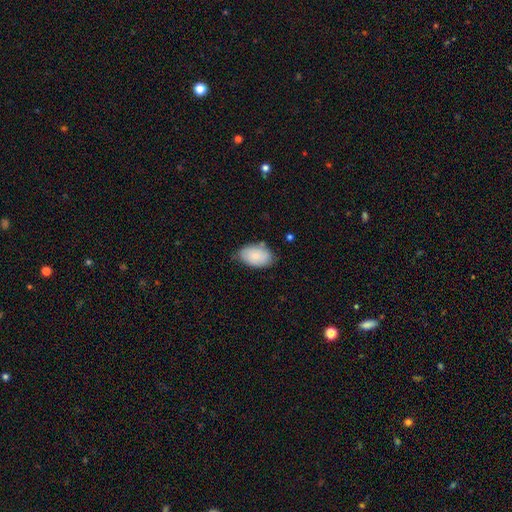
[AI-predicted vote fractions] A smooth galaxy with no disk features (82%) that is in between round and cigar-shaped (93%).

Vote fractions:
- Smooth or featured? smooth: 82% / featured or disk: 12% / star or artifact: 6%
- How rounded? in between: 93% / round: 6% / cigar-shaped: 1%
- Merging? none: 66% / minor disturbance: 26% / major disturbance: 5% / merger: 3%